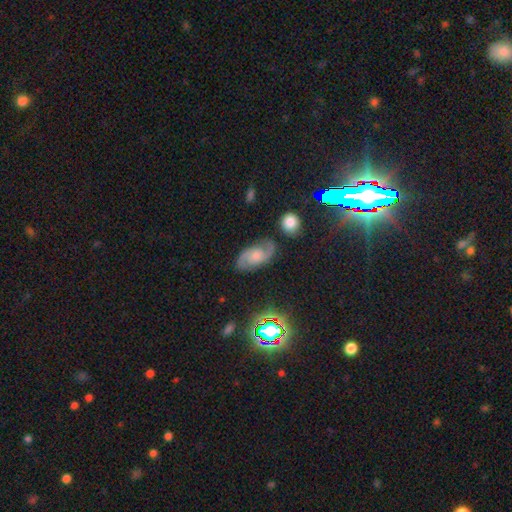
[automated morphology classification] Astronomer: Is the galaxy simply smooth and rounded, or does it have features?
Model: featured or disk — 79%.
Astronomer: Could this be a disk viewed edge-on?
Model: no — 97%.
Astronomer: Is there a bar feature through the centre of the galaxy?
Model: no — 57% (runner-up: weak, 36%).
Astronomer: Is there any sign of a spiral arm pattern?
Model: yes — 96%.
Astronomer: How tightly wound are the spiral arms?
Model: medium — 55%.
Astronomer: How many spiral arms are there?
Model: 2 — 91%.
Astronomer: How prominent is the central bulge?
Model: moderate — 34% (runner-up: small, 28%).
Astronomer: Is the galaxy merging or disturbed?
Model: none — 77%.